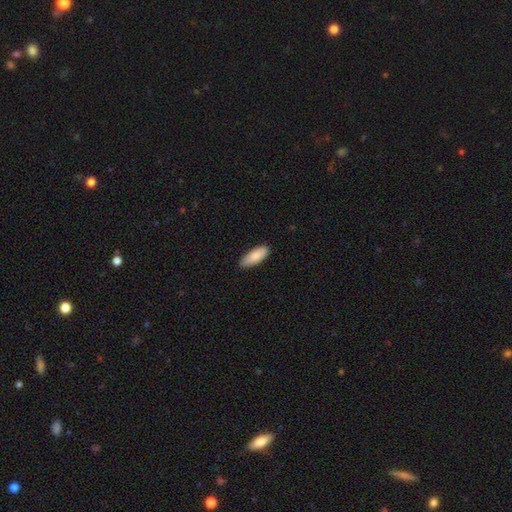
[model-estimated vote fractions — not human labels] This appears to be a smooth galaxy with no disk features (86%) that is in between round and cigar-shaped (79%). Merging: none (84%).